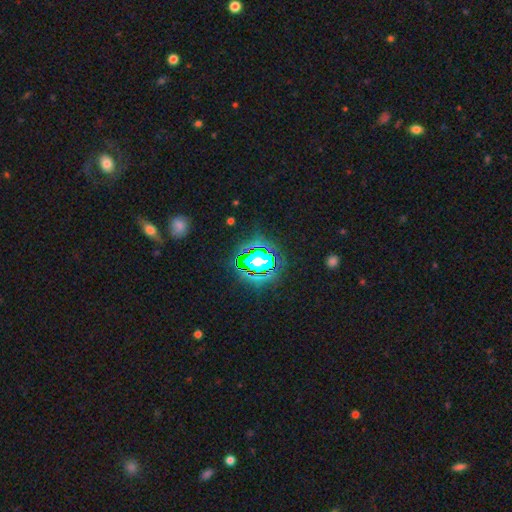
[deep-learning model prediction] The model was most divided on "smooth or featured": star or artifact: 79%, smooth: 13%, featured or disk: 8%.